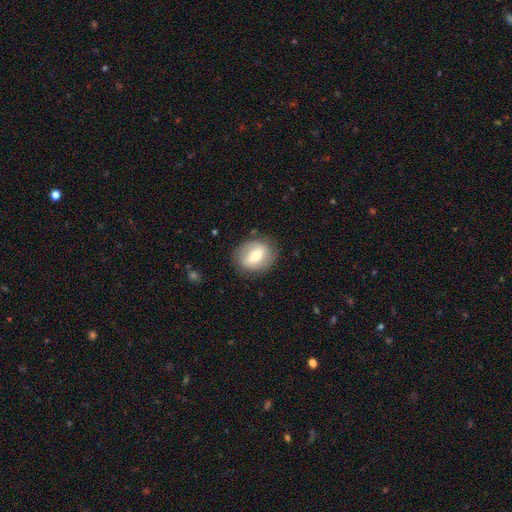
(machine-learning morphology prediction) smooth 53%, featured or disk 40%, star or artifact 7%. Down the decision tree: how rounded — in between (51%); merging — none (80%).